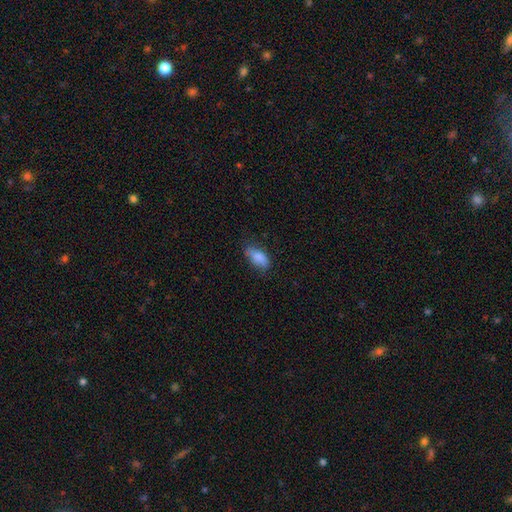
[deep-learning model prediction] A smooth galaxy with no disk features (83%) that is in between round and cigar-shaped (86%). Merging: none (69%).